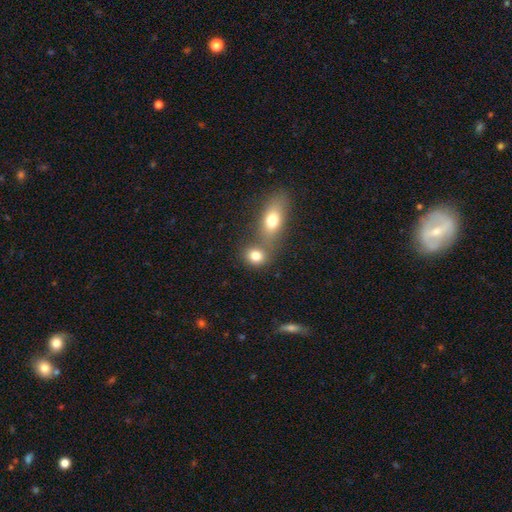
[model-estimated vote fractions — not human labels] Morphology: type=smooth (80%); roundness=round (66%); merging=none (47%).